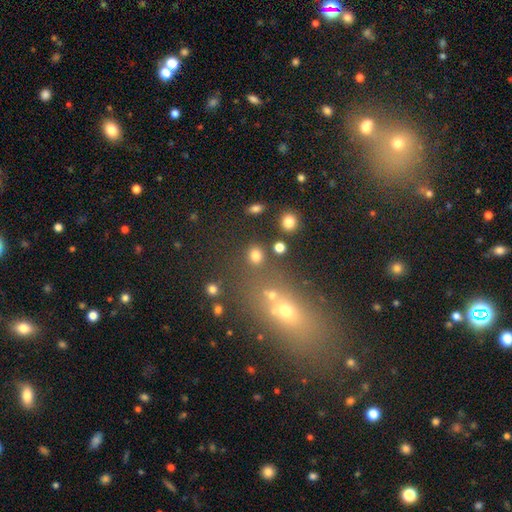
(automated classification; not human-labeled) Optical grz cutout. It shows a smooth galaxy with no disk features (76%) that is round (74%). Merging: none (76%).